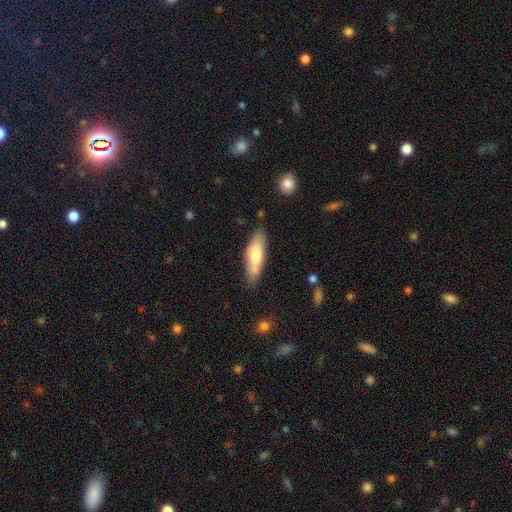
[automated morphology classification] type=smooth (68%); roundness=in between (50%); merging=none (75%).